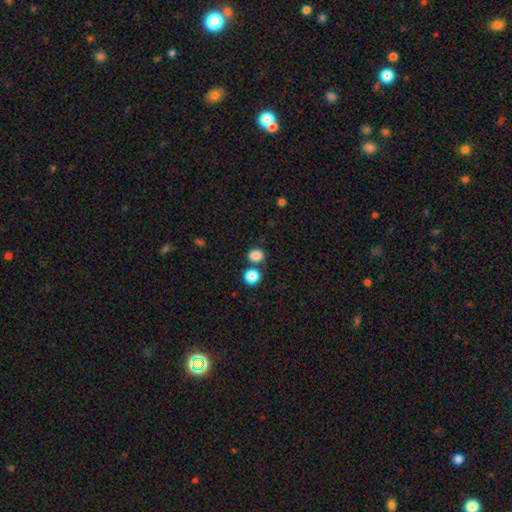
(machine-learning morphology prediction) type=smooth (85%); roundness=round (73%); merging=none (73%).